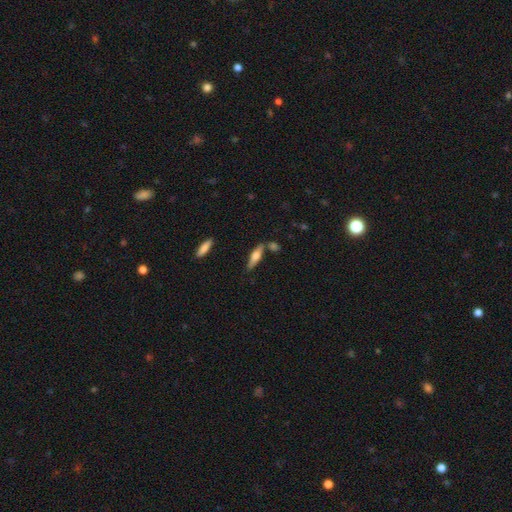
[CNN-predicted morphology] Overall: smooth (53%; featured or disk 41%). How rounded: cigar-shaped (64%; in between 34%). Merging: none (73%).